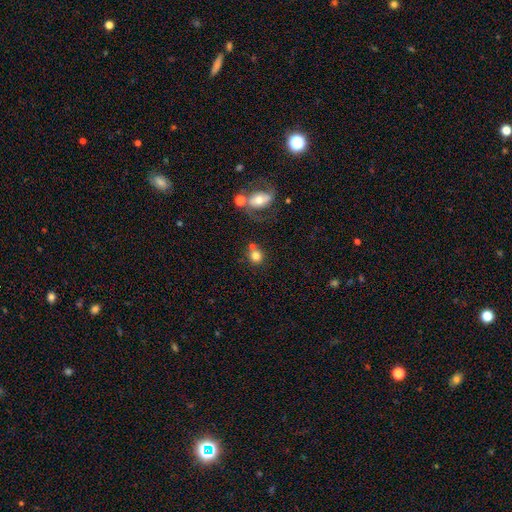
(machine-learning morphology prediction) Q: Smooth or featured?
A: smooth (78%); runner-up: star or artifact (11%)
Q: How rounded?
A: round (85%); runner-up: in between (14%)
Q: Merging?
A: none (58%); runner-up: merger (26%)